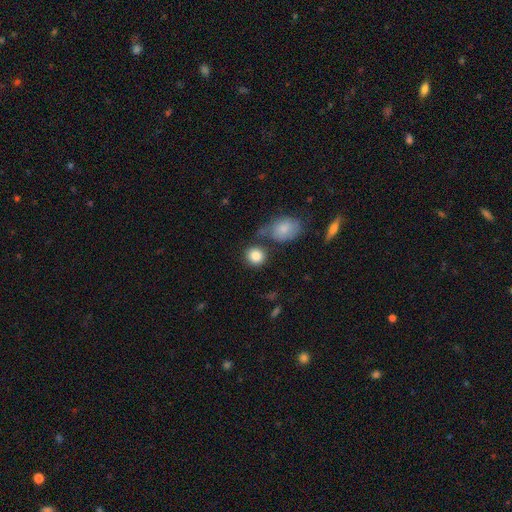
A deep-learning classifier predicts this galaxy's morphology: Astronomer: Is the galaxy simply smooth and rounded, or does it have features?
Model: smooth — 86%.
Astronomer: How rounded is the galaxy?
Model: round — 83%.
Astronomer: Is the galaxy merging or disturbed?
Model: none — 69%.